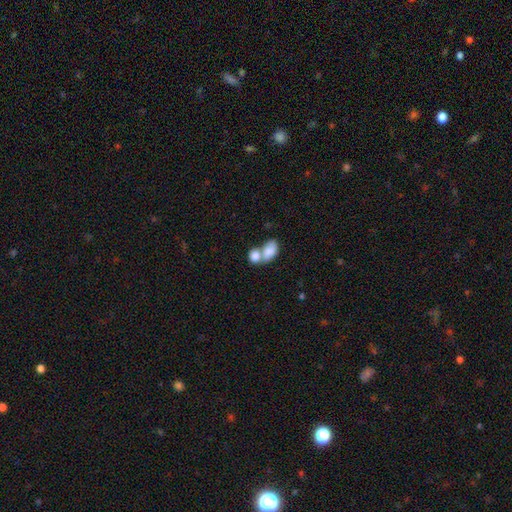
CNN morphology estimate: The model was most divided on "merging": merger: 69%, none: 19%, minor disturbance: 7%, major disturbance: 5%. More confident: how rounded — in between (80%); smooth or featured — smooth (79%).